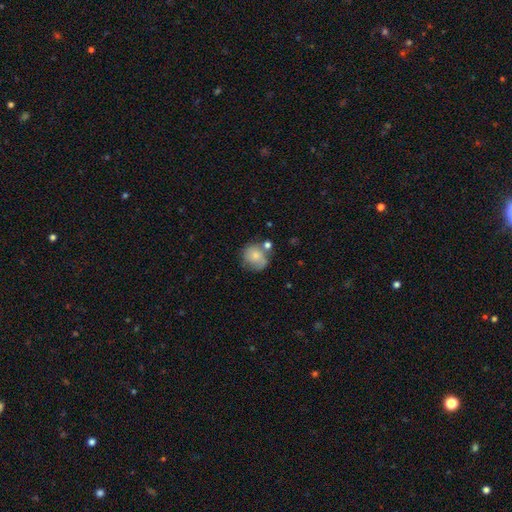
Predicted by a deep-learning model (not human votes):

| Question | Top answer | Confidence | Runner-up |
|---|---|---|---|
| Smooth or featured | smooth | 71% | featured or disk (21%) |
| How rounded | round | 78% | in between (21%) |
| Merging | none | 51% | minor disturbance (24%) |